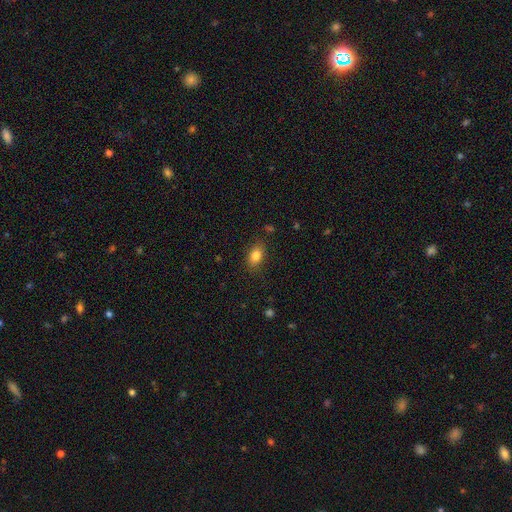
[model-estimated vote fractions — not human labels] A smooth galaxy with no disk features (83%) that is in between round and cigar-shaped (81%). Merging: none (82%).